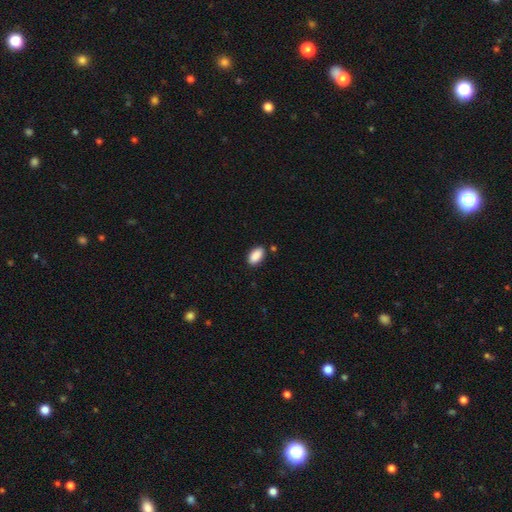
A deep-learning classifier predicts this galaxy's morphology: Smooth or featured: smooth — 90% (star or artifact — 7%)
How rounded: in between — 93% (round — 4%)
Merging: none — 84% (minor disturbance — 11%)